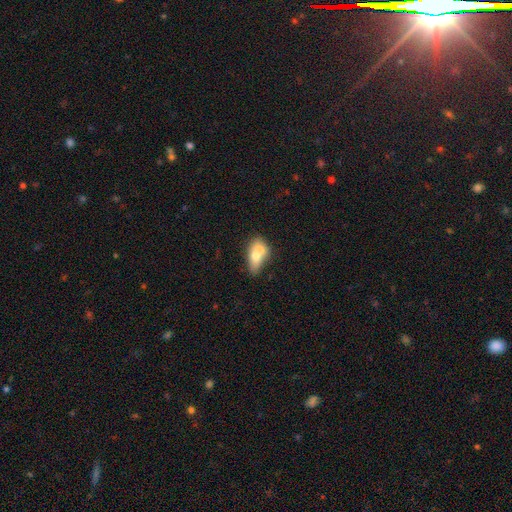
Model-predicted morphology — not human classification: The model was most divided on "merging": merger: 53%, none: 27%, minor disturbance: 14%, major disturbance: 6%. More confident: how rounded — in between (79%); smooth or featured — smooth (65%).